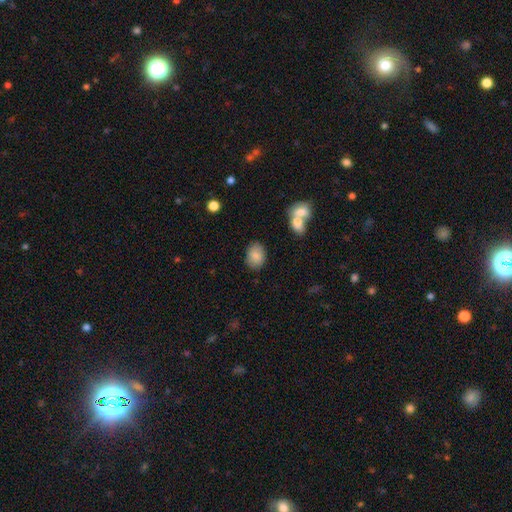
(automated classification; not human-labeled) smooth_or_featured: smooth (p=0.85) [alt: star or artifact p=0.08]
how_rounded: in between (p=0.70) [alt: round p=0.29]
merging: none (p=0.83) [alt: minor disturbance p=0.10]